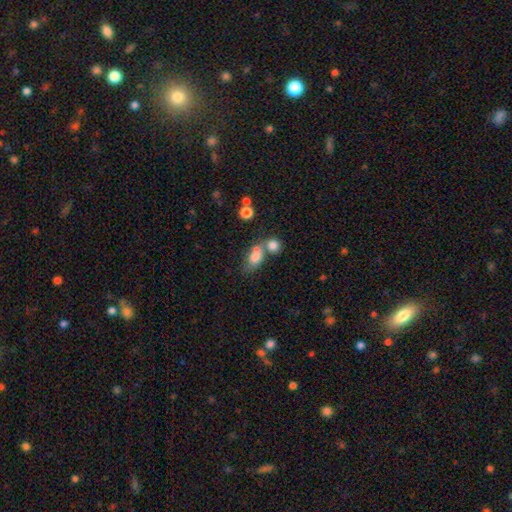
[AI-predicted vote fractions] Q: Smooth or featured?
A: smooth (75%); runner-up: featured or disk (14%)
Q: How rounded?
A: in between (73%); runner-up: round (23%)
Q: Merging?
A: merger (45%); runner-up: none (33%)